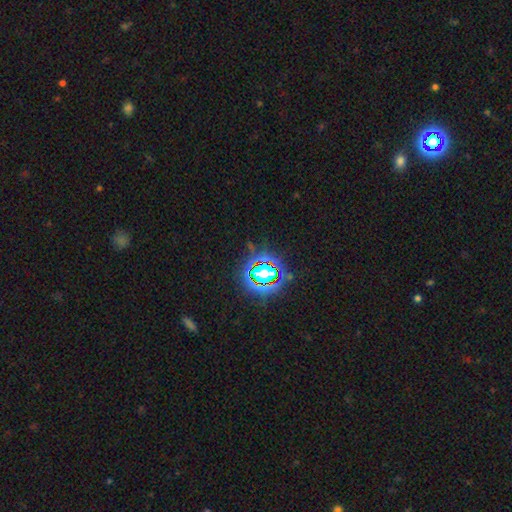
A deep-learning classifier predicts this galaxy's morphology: A star or artifact, not a galaxy (79%).